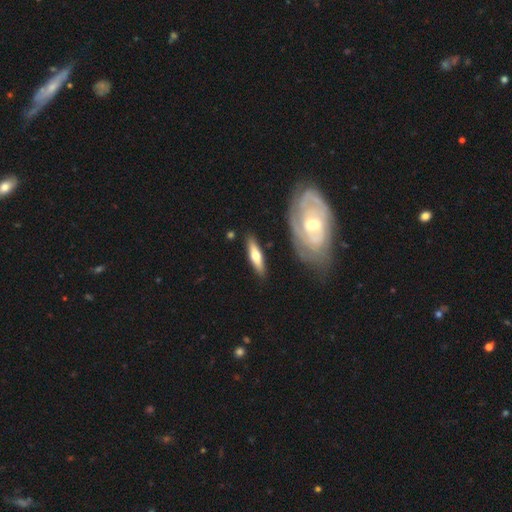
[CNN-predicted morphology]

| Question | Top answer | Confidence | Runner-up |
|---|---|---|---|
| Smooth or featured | featured or disk | 48% | smooth (47%) |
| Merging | none | 83% | minor disturbance (11%) |